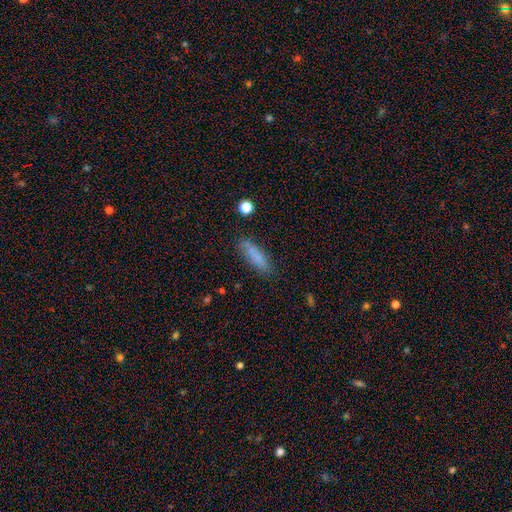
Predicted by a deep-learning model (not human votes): smooth_or_featured: smooth (p=0.78) [alt: featured or disk p=0.12]
how_rounded: cigar-shaped (p=0.60) [alt: in between p=0.38]
merging: none (p=0.78) [alt: minor disturbance p=0.15]